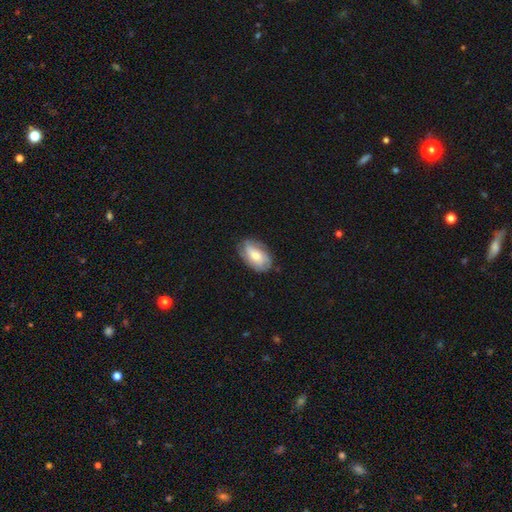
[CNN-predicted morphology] Overall: smooth (52%; featured or disk 41%). How rounded: in between (91%). Merging: none (73%).